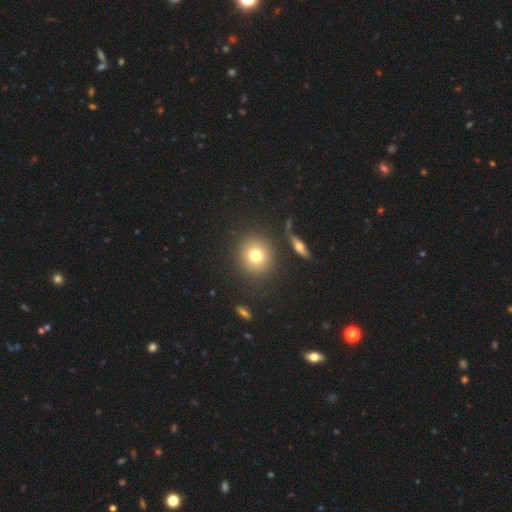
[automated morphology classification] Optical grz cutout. It shows a smooth galaxy with no disk features (76%) that is round (87%). Merging: none (86%).